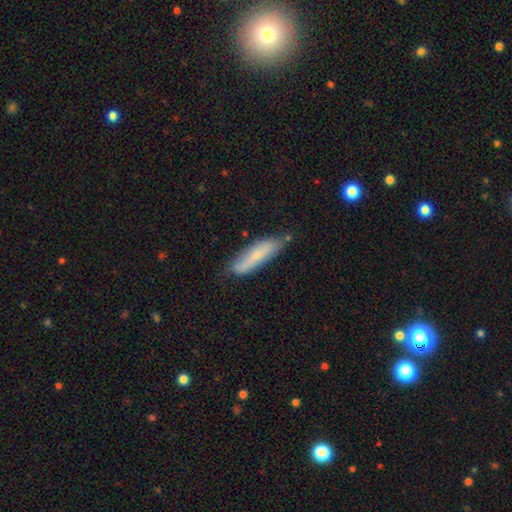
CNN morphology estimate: Q: Smooth or featured?
A: smooth (66%); runner-up: featured or disk (27%)
Q: How rounded?
A: cigar-shaped (68%); runner-up: in between (30%)
Q: Merging?
A: none (70%); runner-up: minor disturbance (23%)